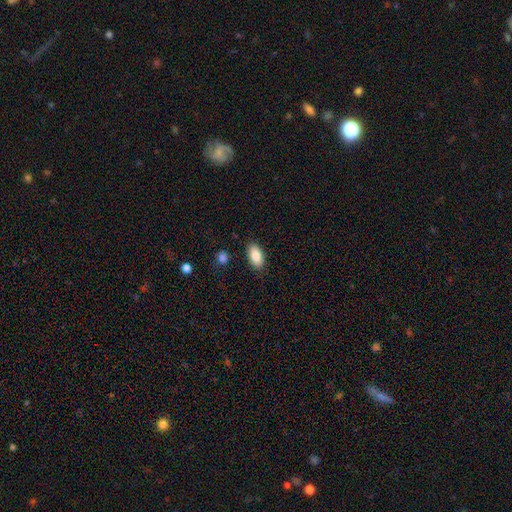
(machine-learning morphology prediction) A smooth galaxy with no disk features (88%) that is in between round and cigar-shaped (93%). Merging: none (86%).